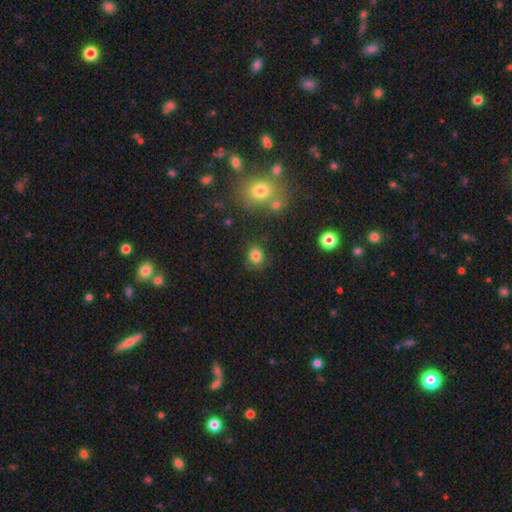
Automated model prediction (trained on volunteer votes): This is clearly a smooth galaxy (82%). How rounded: likely round (67%). Merging: likely none (76%).